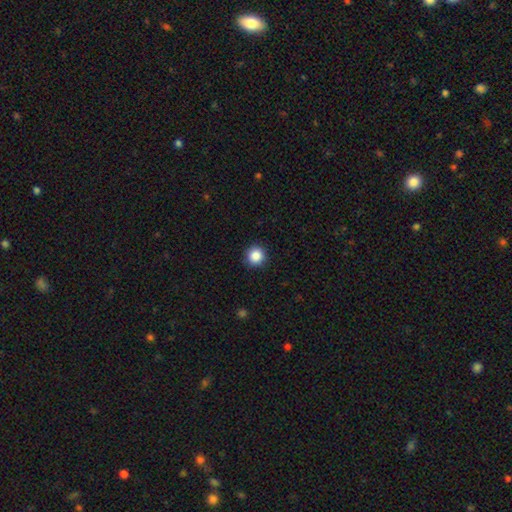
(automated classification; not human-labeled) A smooth galaxy with no disk features (87%) that is round (94%). Merging: none (92%).